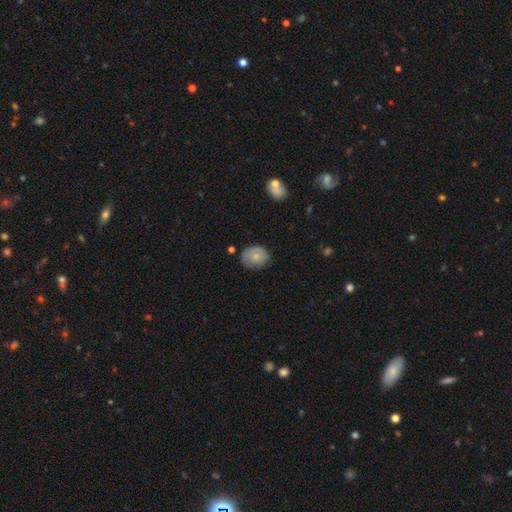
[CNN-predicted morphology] Smooth or featured? Predicted: smooth (p=0.71). How rounded? Predicted: round (p=0.53). Merging? Predicted: none (p=0.68).